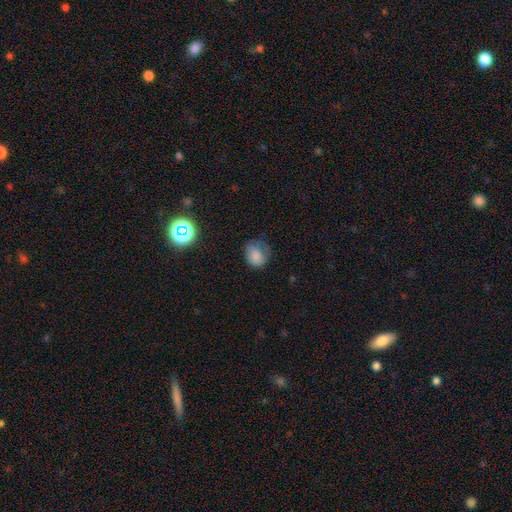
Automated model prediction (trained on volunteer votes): Overall: smooth (76%). How rounded: round (62%; in between 37%). Merging: none (46%; minor disturbance 33%).